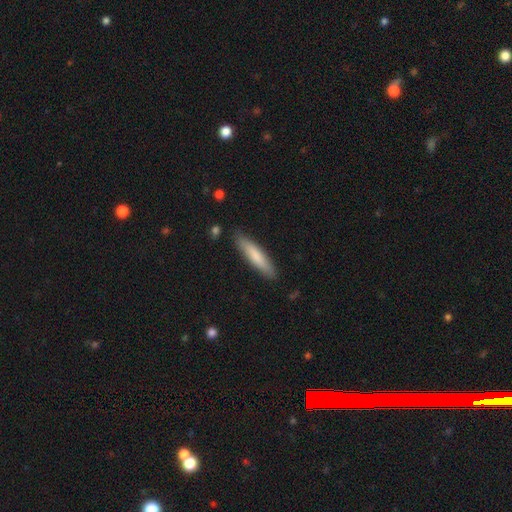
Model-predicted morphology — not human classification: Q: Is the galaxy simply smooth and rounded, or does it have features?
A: smooth — 77%.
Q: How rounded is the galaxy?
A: cigar-shaped — 84%.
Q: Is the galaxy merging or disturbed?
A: none — 87%.